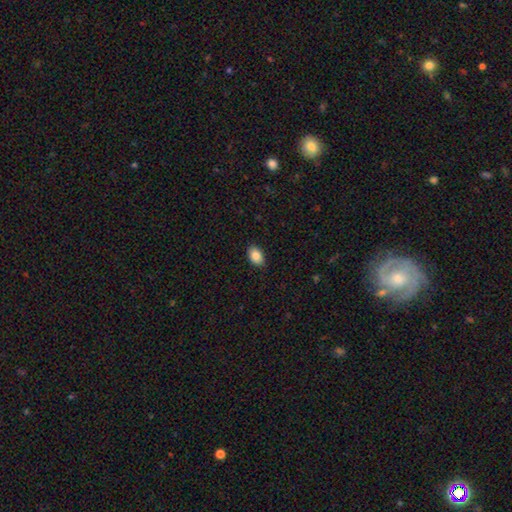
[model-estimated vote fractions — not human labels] Overall: smooth (87%). How rounded: in between (87%). Merging: none (88%).